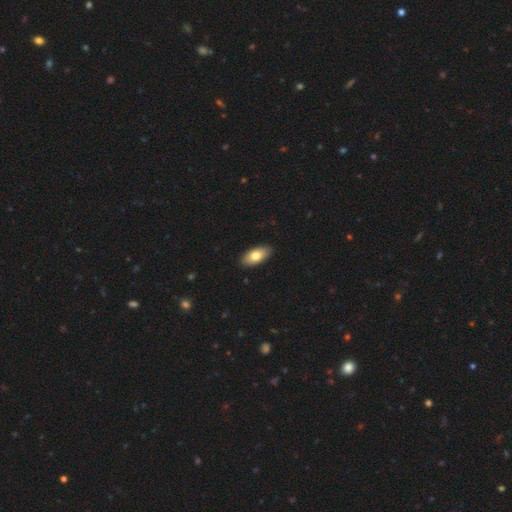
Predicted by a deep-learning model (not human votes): Smooth or featured? Predicted: smooth (p=0.76). How rounded? Predicted: in between (p=0.91). Merging? Predicted: none (p=0.90).